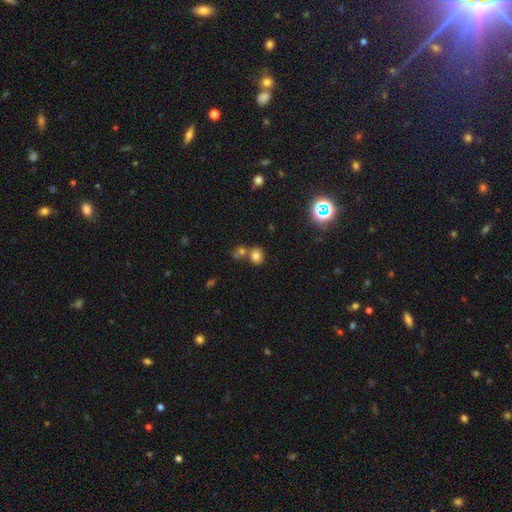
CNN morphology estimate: Smooth or featured? smooth (75%)
How rounded? round (62%)
Merging? none (59%)